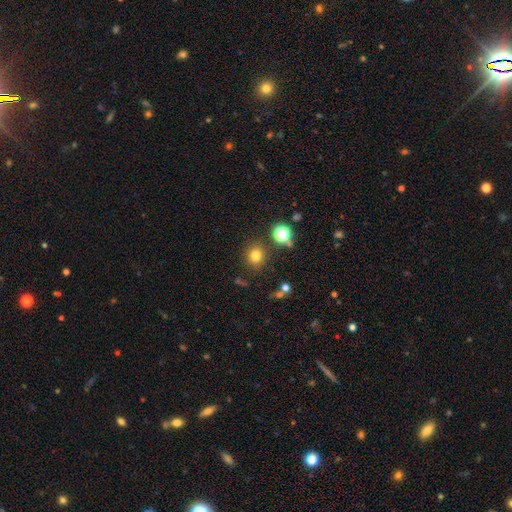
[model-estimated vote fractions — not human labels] A smooth galaxy with no disk features (76%) that is round (88%).

Vote fractions:
- Smooth or featured? smooth: 76% / star or artifact: 17% / featured or disk: 7%
- How rounded? round: 88% / in between: 11% / cigar-shaped: 1%
- Merging? none: 85% / minor disturbance: 8% / merger: 4% / major disturbance: 3%